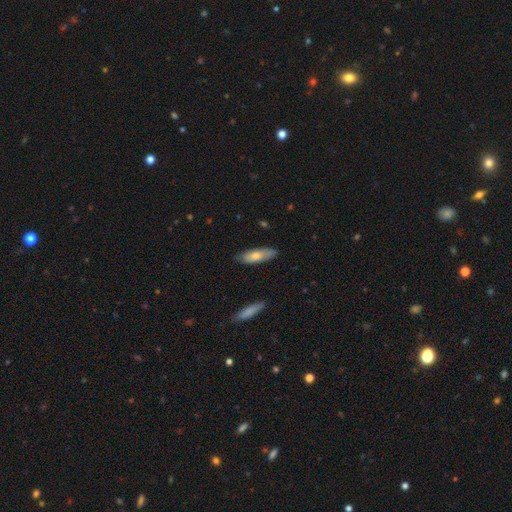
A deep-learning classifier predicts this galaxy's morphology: Smooth or featured? Predicted: smooth (p=0.65). How rounded? Predicted: in between (p=0.51). Merging? Predicted: none (p=0.84).